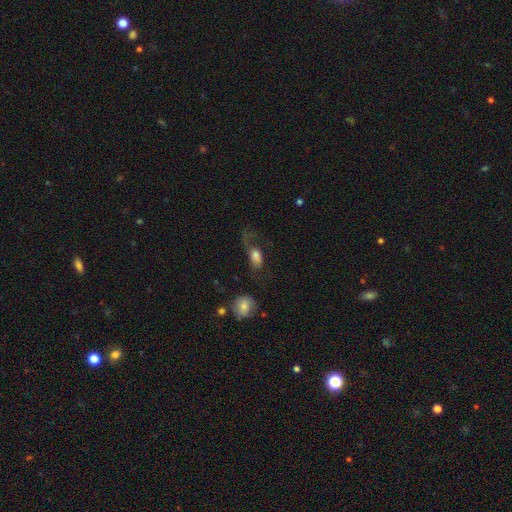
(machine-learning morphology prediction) A smooth galaxy with no disk features (65%) that is in between round and cigar-shaped (78%).

Vote fractions:
- Smooth or featured? smooth: 65% / featured or disk: 25% / star or artifact: 11%
- How rounded? in between: 78% / round: 15% / cigar-shaped: 7%
- Merging? major disturbance: 53% / none: 25% / minor disturbance: 16% / merger: 6%